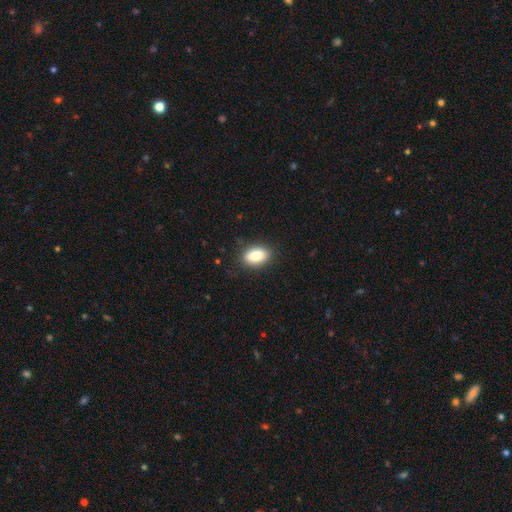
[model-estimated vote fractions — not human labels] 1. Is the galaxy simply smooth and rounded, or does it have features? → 85% smooth, 8% star or artifact, 8% featured or disk.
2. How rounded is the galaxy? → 88% in between, 9% round, 3% cigar-shaped.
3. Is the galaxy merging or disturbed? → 85% none, 11% minor disturbance, 3% major disturbance, 1% merger.